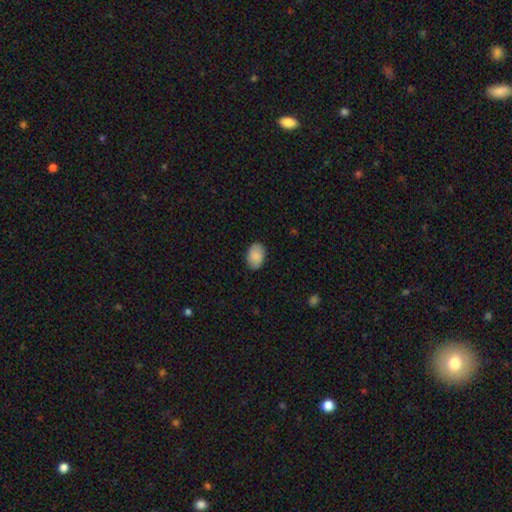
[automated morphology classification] Smooth or featured: smooth — 87% (star or artifact — 6%)
How rounded: in between — 86% (round — 13%)
Merging: none — 86% (minor disturbance — 11%)